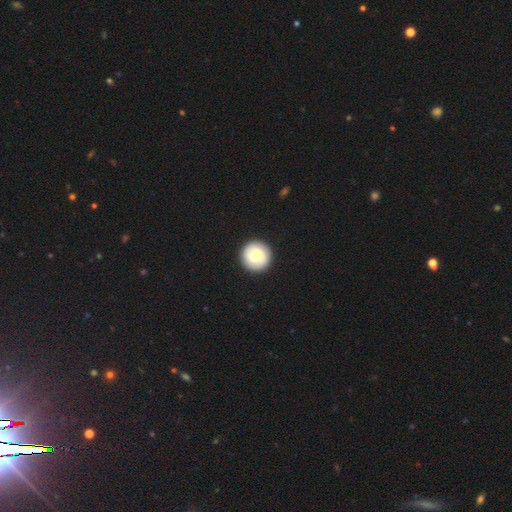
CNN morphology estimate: This appears to be a smooth galaxy with no disk features (62%) that is round (95%). Merging: none (92%).